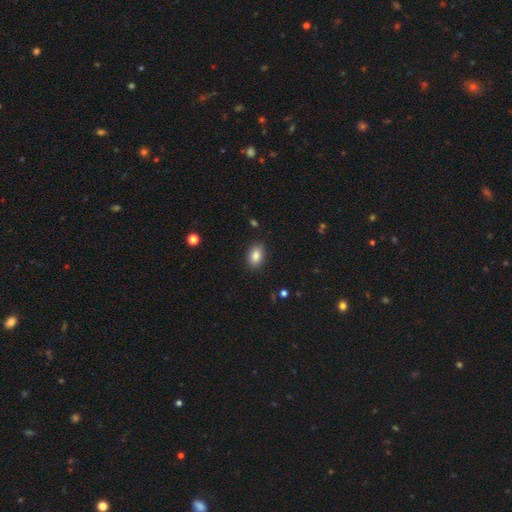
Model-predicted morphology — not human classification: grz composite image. It shows a smooth galaxy with no disk features (86%) that is in between round and cigar-shaped (86%). Merging: none (88%).